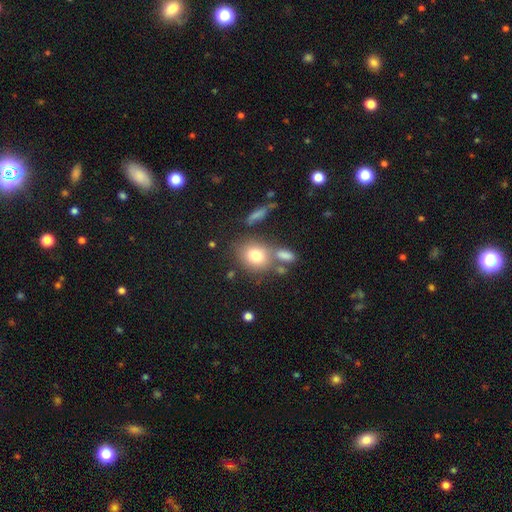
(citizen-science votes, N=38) This appears to be a smooth galaxy with no disk features (82%) that is in between round and cigar-shaped (61%). Merging: none (71%).